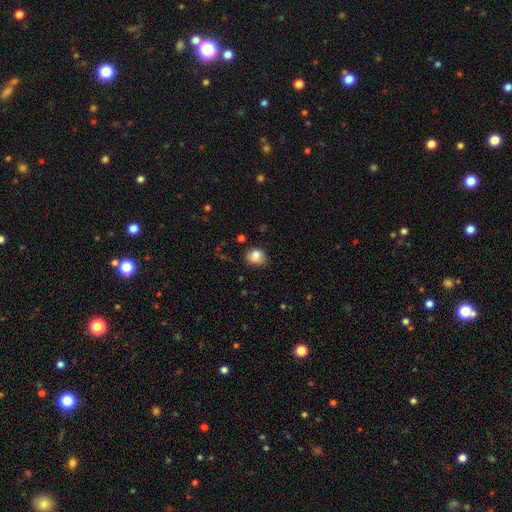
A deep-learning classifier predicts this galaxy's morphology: Smooth or featured? smooth (80%)
How rounded? round (63%)
Merging? none (61%)